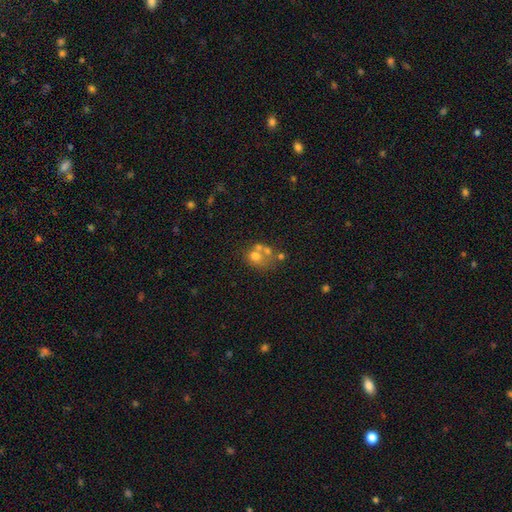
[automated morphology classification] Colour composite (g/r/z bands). It shows a smooth galaxy with no disk features (56%) that is round (60%). Merging: merger (48%).